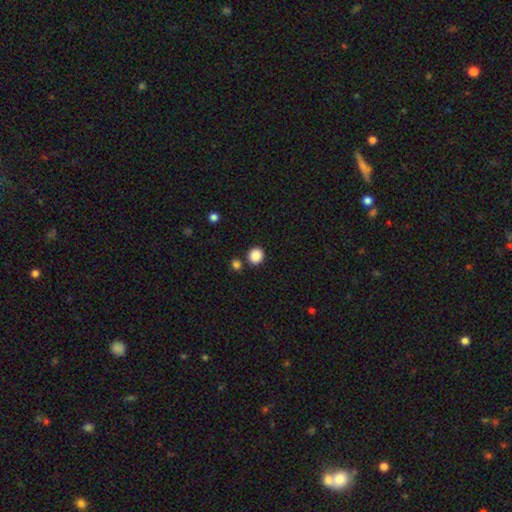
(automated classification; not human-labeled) This is clearly a smooth galaxy (87%). How rounded: clearly round (84%). Merging: clearly none (83%).